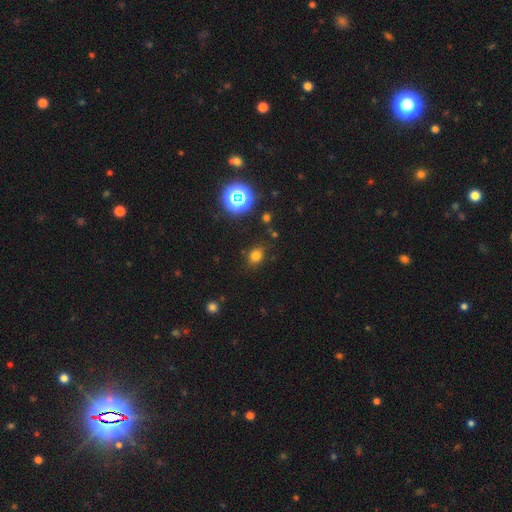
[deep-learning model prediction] Q: Smooth or featured?
A: smooth (73%); runner-up: star or artifact (20%)
Q: How rounded?
A: round (53%); runner-up: in between (46%)
Q: Merging?
A: none (81%); runner-up: minor disturbance (13%)